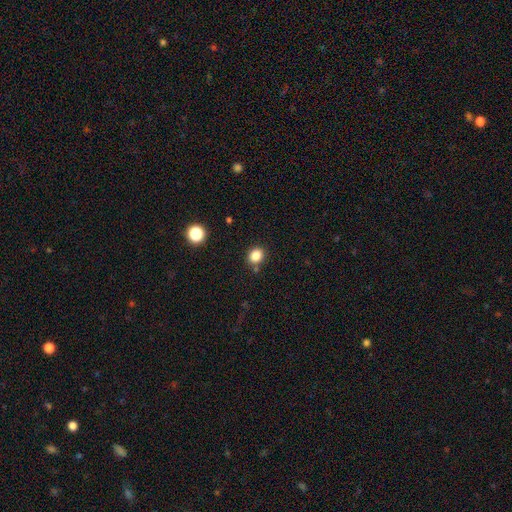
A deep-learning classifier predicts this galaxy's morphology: Smooth or featured? smooth (84%)
How rounded? round (63%)
Merging? none (81%)